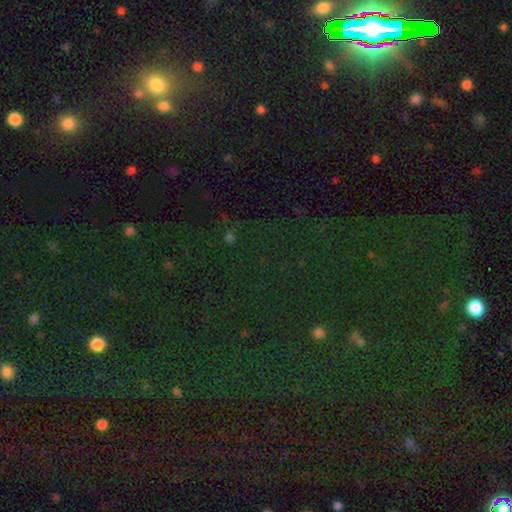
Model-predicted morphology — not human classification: smooth-or-featured: star or artifact: 76% | smooth: 16% | featured or disk: 8%